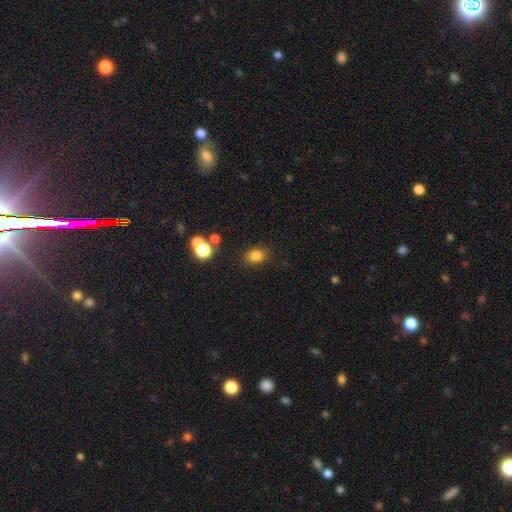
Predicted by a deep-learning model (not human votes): smooth-or-featured: smooth: 81% | star or artifact: 13% | featured or disk: 6%
  how-rounded: in between: 54% | round: 45% | cigar-shaped: 1%
  merging: none: 82% | minor disturbance: 10% | merger: 5% | major disturbance: 3%